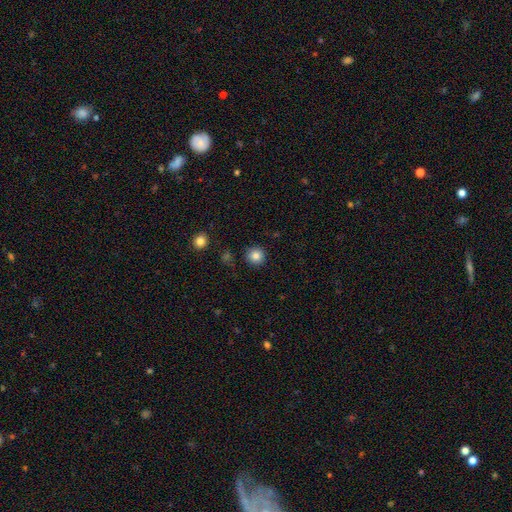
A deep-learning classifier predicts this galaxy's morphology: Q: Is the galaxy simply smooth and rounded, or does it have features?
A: smooth — 84%.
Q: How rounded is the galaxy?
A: round — 94%.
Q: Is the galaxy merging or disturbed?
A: none — 90%.